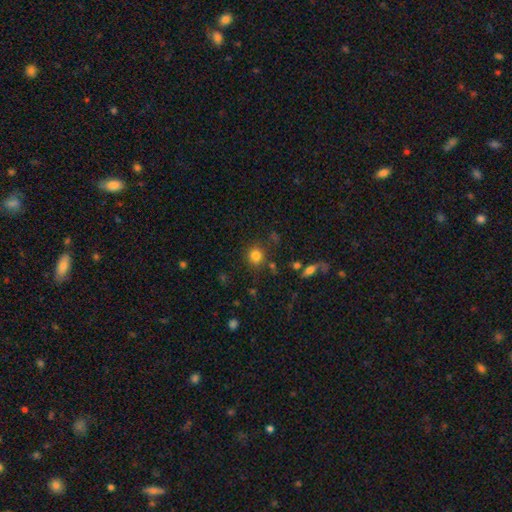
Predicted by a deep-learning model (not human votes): A smooth galaxy with no disk features (82%) that is round (89%).

Vote fractions:
- Smooth or featured? smooth: 82% / star or artifact: 12% / featured or disk: 6%
- How rounded? round: 89% / in between: 10% / cigar-shaped: 1%
- Merging? none: 83% / minor disturbance: 9% / merger: 4% / major disturbance: 4%